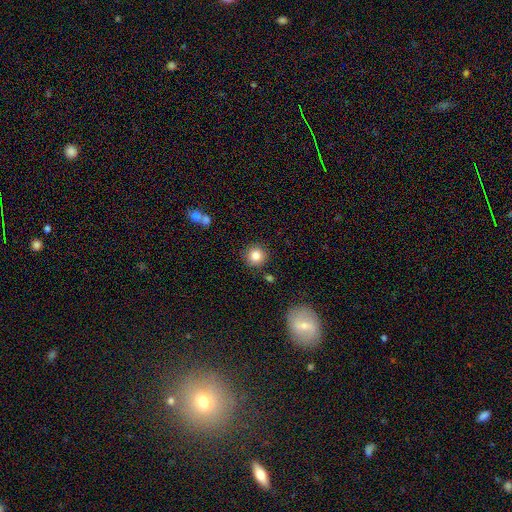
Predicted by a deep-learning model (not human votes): smooth 84%, star or artifact 10%, featured or disk 6%. Down the decision tree: how rounded — round (94%); merging — none (86%).